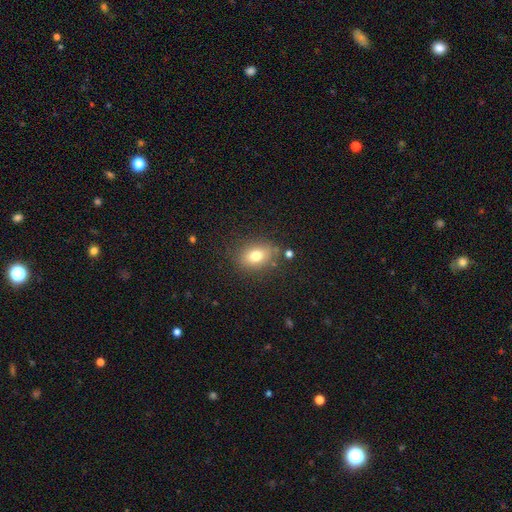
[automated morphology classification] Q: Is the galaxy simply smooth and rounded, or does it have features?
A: smooth — 77%.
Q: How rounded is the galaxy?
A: in between — 67%.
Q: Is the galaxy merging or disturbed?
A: none — 79%.